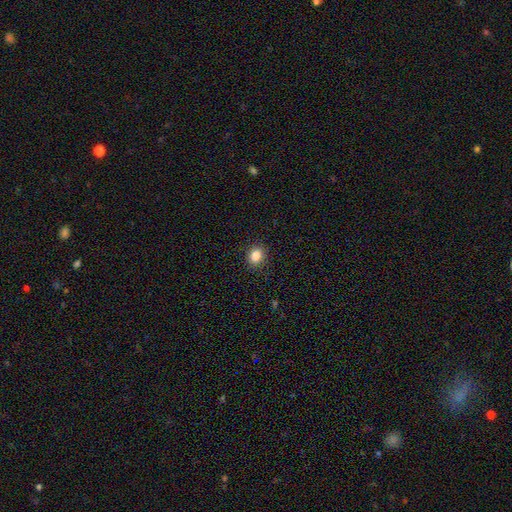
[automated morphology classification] Smooth or featured? Predicted: smooth (p=0.85). How rounded? Predicted: round (p=0.66). Merging? Predicted: none (p=0.90).